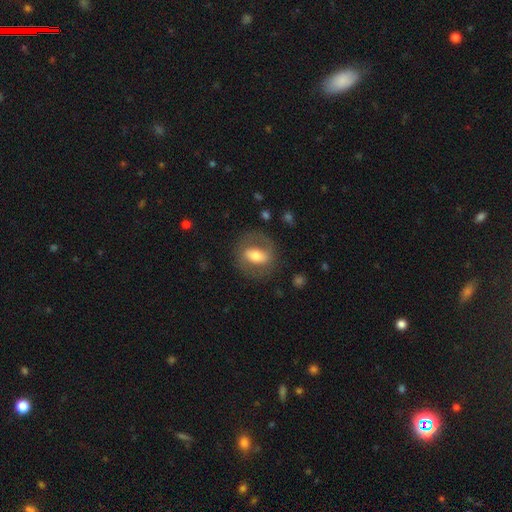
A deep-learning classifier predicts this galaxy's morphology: Q: Smooth or featured?
A: featured or disk (55%); runner-up: smooth (39%)
Q: Edge-on disk?
A: no (88%); runner-up: yes (12%)
Q: Merging?
A: none (75%); runner-up: minor disturbance (14%)